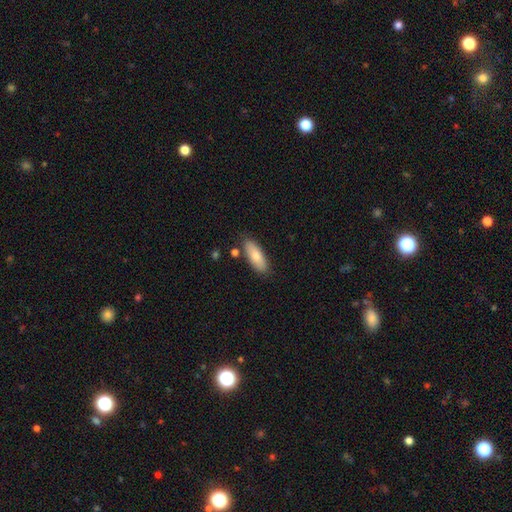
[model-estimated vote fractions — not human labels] Overall: smooth (77%). How rounded: in between (70%). Merging: none (82%).